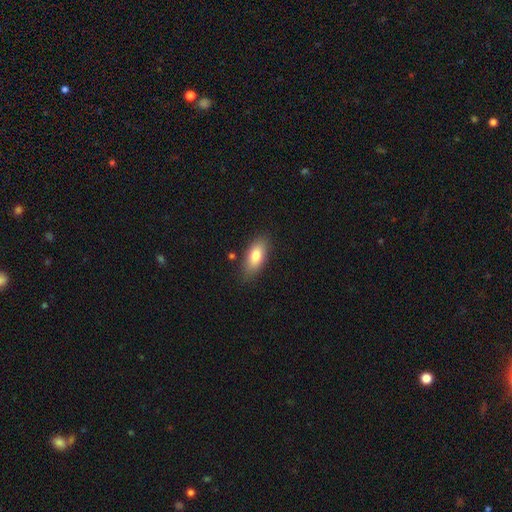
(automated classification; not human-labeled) The model was most divided on "merging": none: 81%, minor disturbance: 14%, major disturbance: 3%, merger: 2%. More confident: how rounded — in between (84%); smooth or featured — smooth (80%).